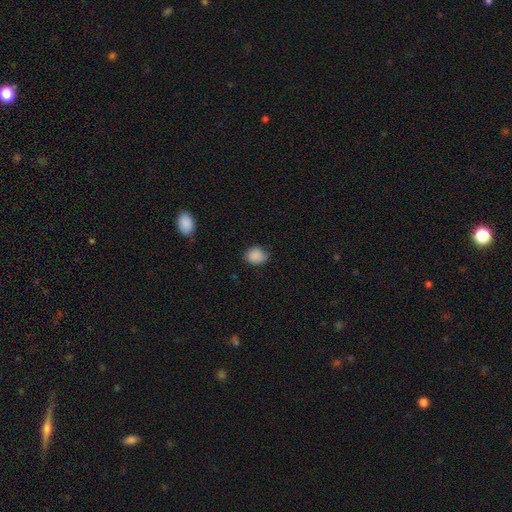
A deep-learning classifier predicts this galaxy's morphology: The model was most divided on "how rounded": round: 55%, in between: 44%, cigar-shaped: 1%. More confident: smooth or featured — smooth (87%); merging — none (70%).